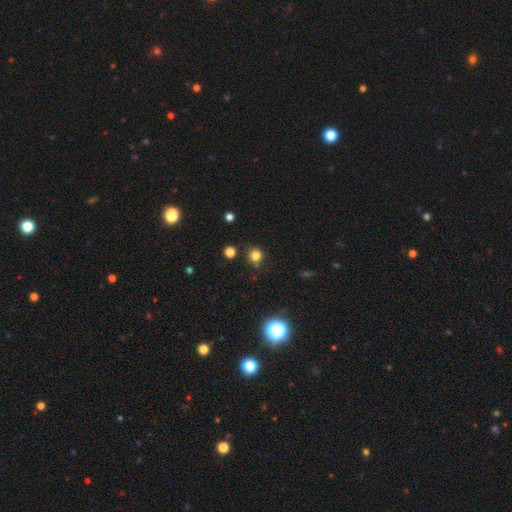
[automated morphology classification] A smooth galaxy with no disk features (79%) that is round (86%).

Vote fractions:
- Smooth or featured? smooth: 79% / star or artifact: 16% / featured or disk: 5%
- How rounded? round: 86% / in between: 13% / cigar-shaped: 1%
- Merging? none: 82% / minor disturbance: 12% / merger: 3% / major disturbance: 3%